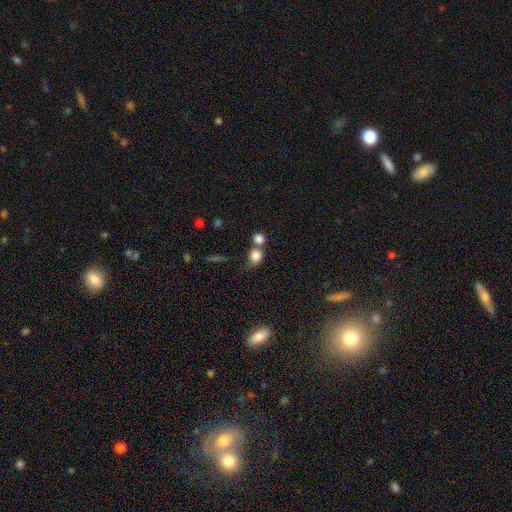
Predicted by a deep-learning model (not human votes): A smooth galaxy with no disk features (81%) that is round (78%).

Vote fractions:
- Smooth or featured? smooth: 81% / star or artifact: 11% / featured or disk: 7%
- How rounded? round: 78% / in between: 21% / cigar-shaped: 1%
- Merging? none: 47% / merger: 39% / minor disturbance: 10% / major disturbance: 5%